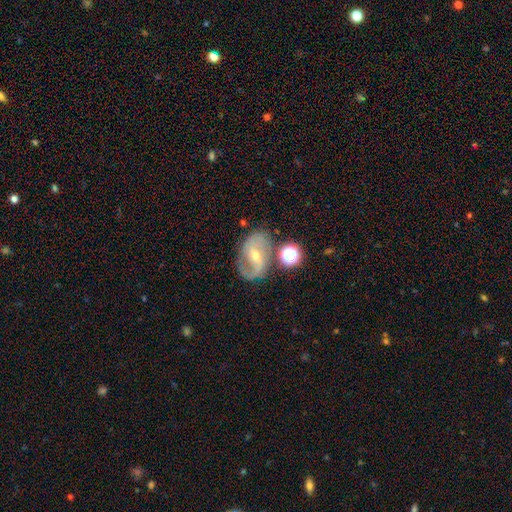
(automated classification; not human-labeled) A featured or disk galaxy (75%) with a weak bar (48%), 2 (79%) medium (46%) spiral arms (89%) and a small central bulge (58%). Merging: none (65%).